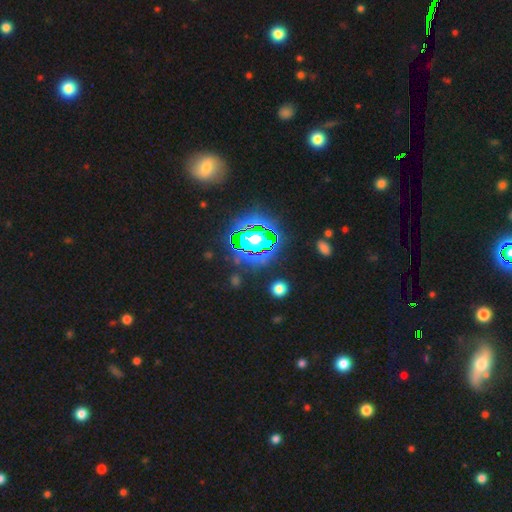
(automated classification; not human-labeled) Smooth or featured? star or artifact (81%)